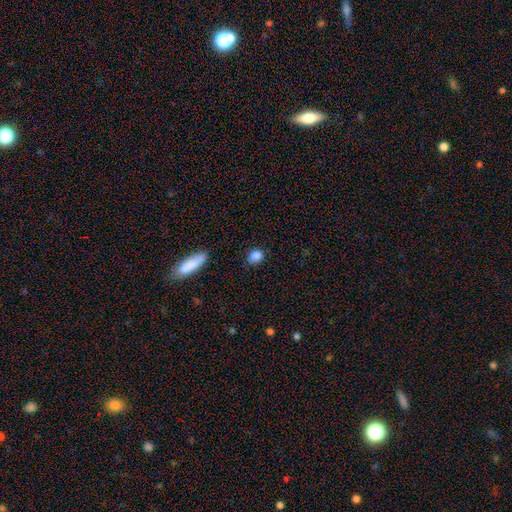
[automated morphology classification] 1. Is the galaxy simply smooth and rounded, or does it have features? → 85% smooth, 10% star or artifact, 5% featured or disk.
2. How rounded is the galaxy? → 49% in between, 48% round, 3% cigar-shaped.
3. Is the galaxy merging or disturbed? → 76% none, 18% minor disturbance, 4% major disturbance, 2% merger.